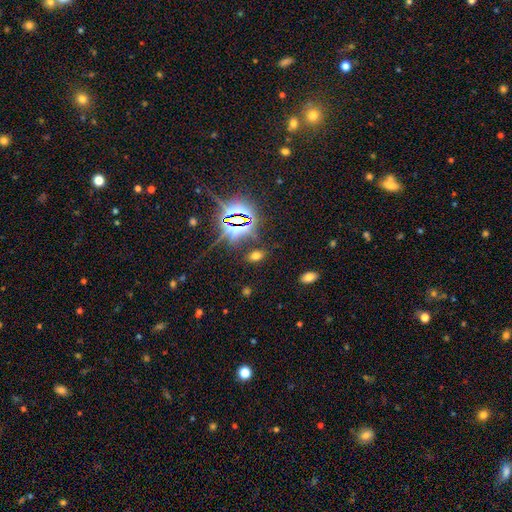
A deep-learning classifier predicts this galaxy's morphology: Smooth or featured? Predicted: smooth (p=0.53). How rounded? Predicted: in between (p=0.87). Merging? Predicted: none (p=0.83).